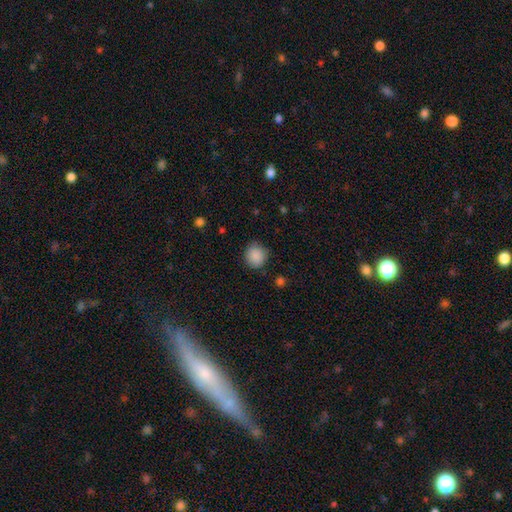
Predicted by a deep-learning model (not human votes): The model was most divided on "how rounded": round: 86%, in between: 13%, cigar-shaped: 1%. More confident: smooth or featured — smooth (88%); merging — none (85%).